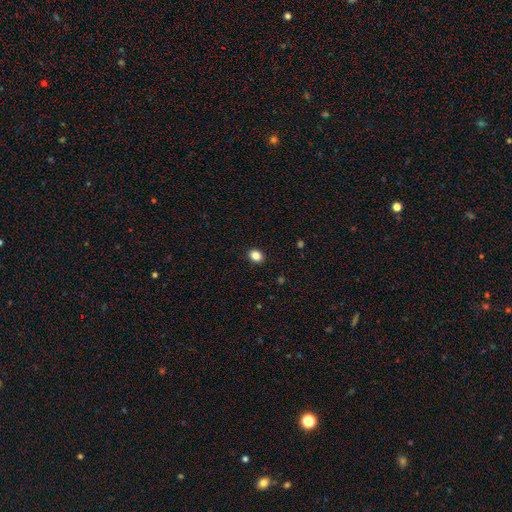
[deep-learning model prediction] smooth-or-featured: smooth: 85% | star or artifact: 11% | featured or disk: 4%
  how-rounded: round: 55% | in between: 44% | cigar-shaped: 1%
  merging: none: 91% | minor disturbance: 6% | major disturbance: 2% | merger: 1%